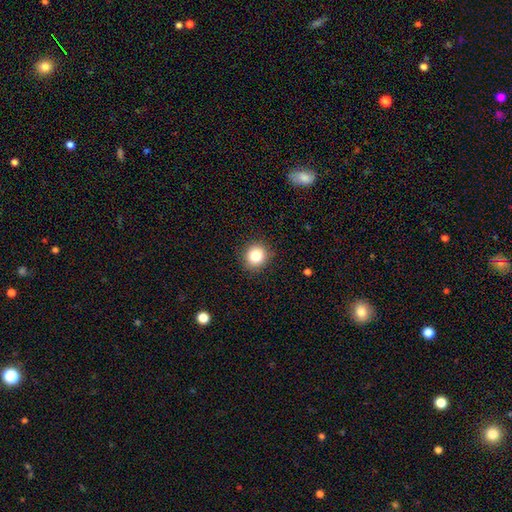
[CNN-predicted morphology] smooth 84%, star or artifact 10%, featured or disk 5%. Down the decision tree: how rounded — round (85%); merging — none (89%).